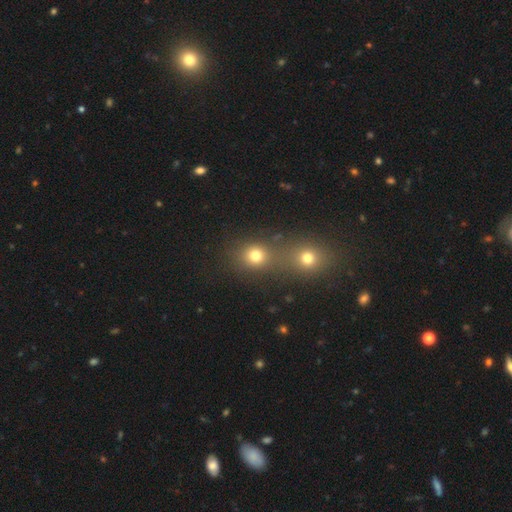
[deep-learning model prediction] Morphology: type=smooth (74%); roundness=round (77%); merging=none (45%, tied with merger).